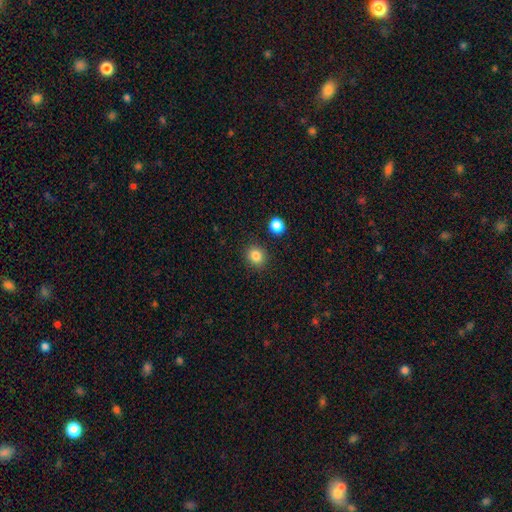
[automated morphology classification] smooth-or-featured: smooth: 84% | star or artifact: 11% | featured or disk: 5%
  how-rounded: round: 83% | in between: 16% | cigar-shaped: 1%
  merging: none: 88% | minor disturbance: 7% | merger: 3% | major disturbance: 2%